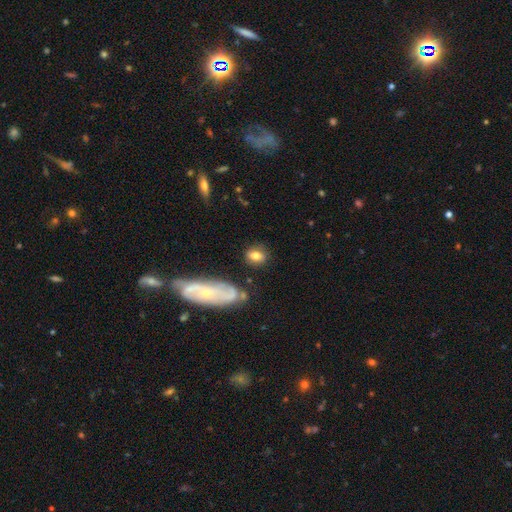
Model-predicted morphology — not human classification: This is likely a smooth galaxy (74%). How rounded: possibly in between (52%). Merging: likely none (78%).